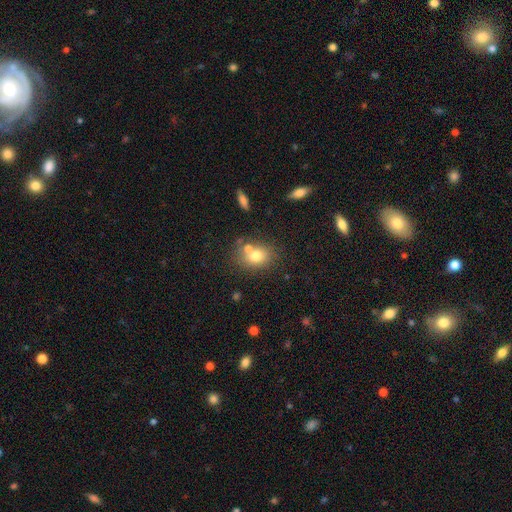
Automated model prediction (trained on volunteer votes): This is likely a smooth galaxy (74%). How rounded: possibly in between (54%). Merging: possibly none (54%).